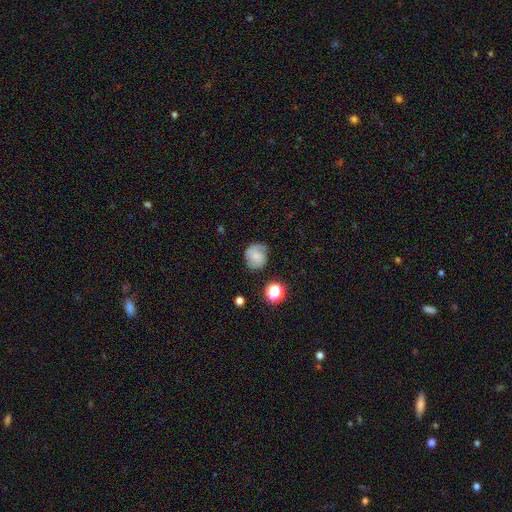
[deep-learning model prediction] Smooth or featured?
  - smooth: 47% *
  - featured or disk: 43%
  - star or artifact: 11%
Merging?
  - none: 64% *
  - minor disturbance: 24%
  - major disturbance: 10%
  - merger: 2%